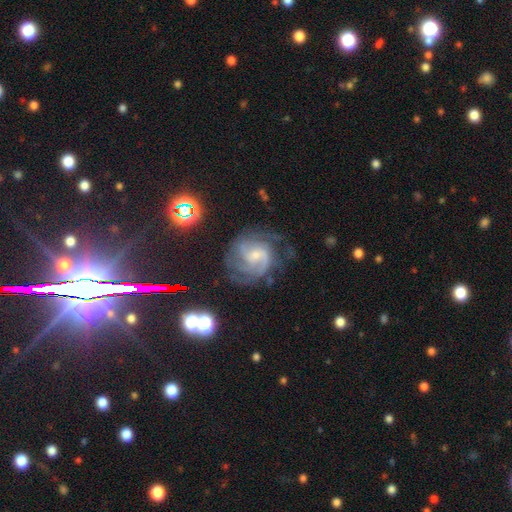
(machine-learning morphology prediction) Overall: featured or disk (85%). Edge-on disk: no (98%). Bar: weak (46%; no 45%). Spiral arms: yes (96%). Spiral arm count: 2 (40%; 3 25%). Spiral winding: medium (47%; tight 39%). Bulge size: small (60%; moderate 29%). Merging: none (62%).